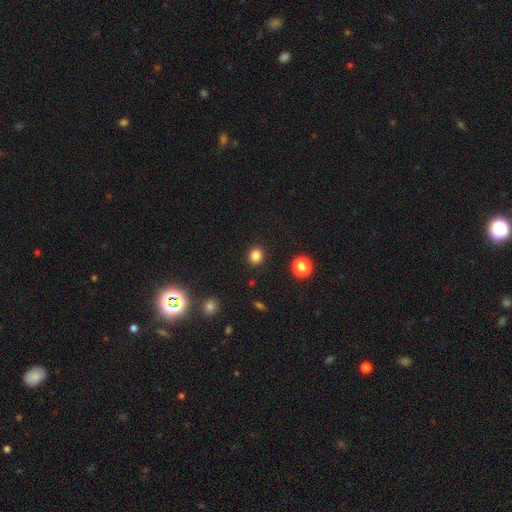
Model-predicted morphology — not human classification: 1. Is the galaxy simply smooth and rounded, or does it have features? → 83% smooth, 13% star or artifact, 4% featured or disk.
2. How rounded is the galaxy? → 78% round, 21% in between, 1% cigar-shaped.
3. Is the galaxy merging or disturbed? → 91% none, 6% minor disturbance, 2% major disturbance, 2% merger.